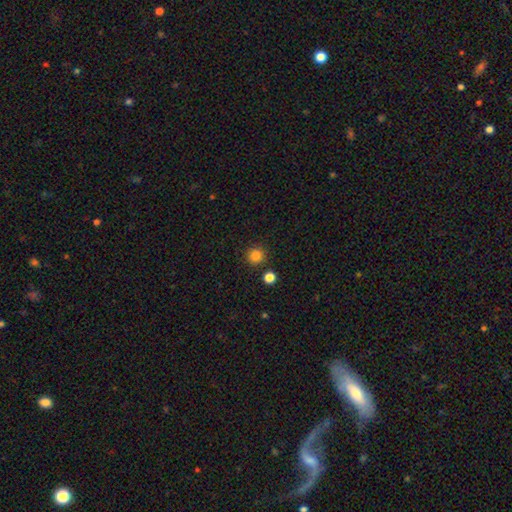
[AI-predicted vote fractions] Q: Smooth or featured?
A: smooth (84%); runner-up: star or artifact (12%)
Q: How rounded?
A: round (95%); runner-up: in between (4%)
Q: Merging?
A: none (88%); runner-up: minor disturbance (6%)